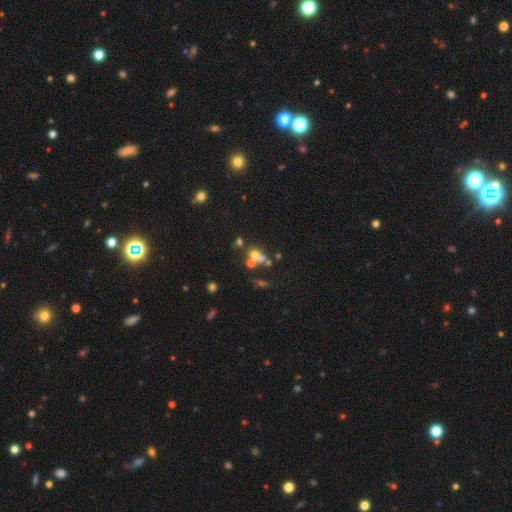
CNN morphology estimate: smooth_or_featured: smooth (p=0.54) [alt: featured or disk p=0.26]
how_rounded: round (p=0.52) [alt: in between p=0.45]
merging: merger (p=0.51) [alt: none p=0.32]